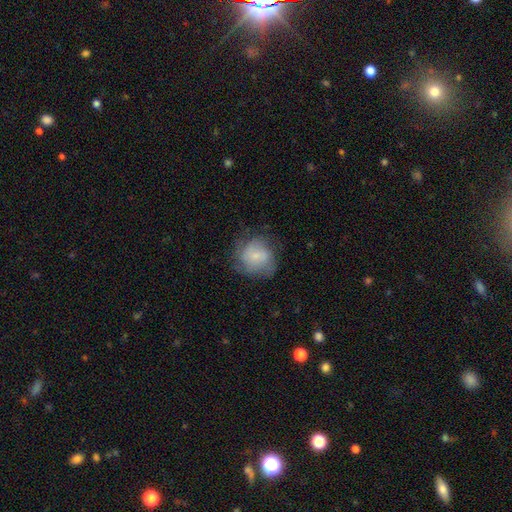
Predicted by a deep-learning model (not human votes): Smooth or featured?
  - smooth: 57% *
  - featured or disk: 34%
  - star or artifact: 9%
How rounded?
  - round: 80% *
  - in between: 19%
  - cigar-shaped: 1%
Merging?
  - none: 62% *
  - minor disturbance: 24%
  - major disturbance: 12%
  - merger: 2%